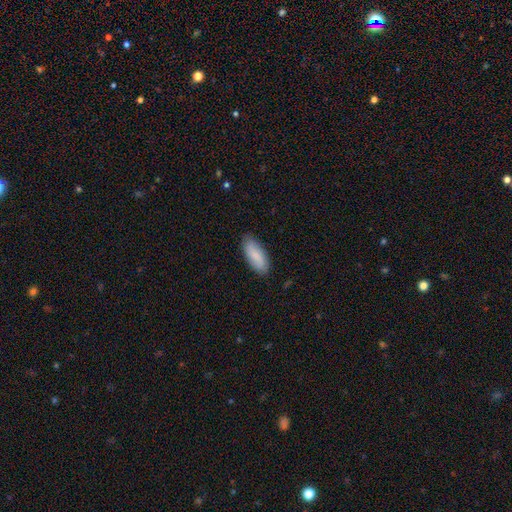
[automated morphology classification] The model was most divided on "how rounded": in between: 79%, cigar-shaped: 19%, round: 2%. More confident: merging — none (85%); smooth or featured — smooth (82%).